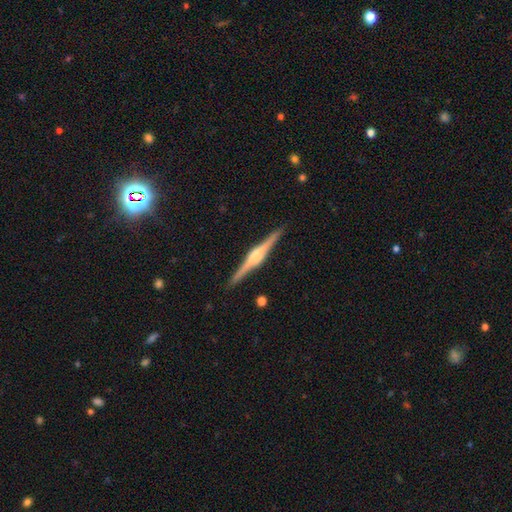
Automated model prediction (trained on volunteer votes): This appears to be a featured or disk galaxy (86%) viewed edge-on (99%) with a rounded central bulge (80%). Merging: none (92%).